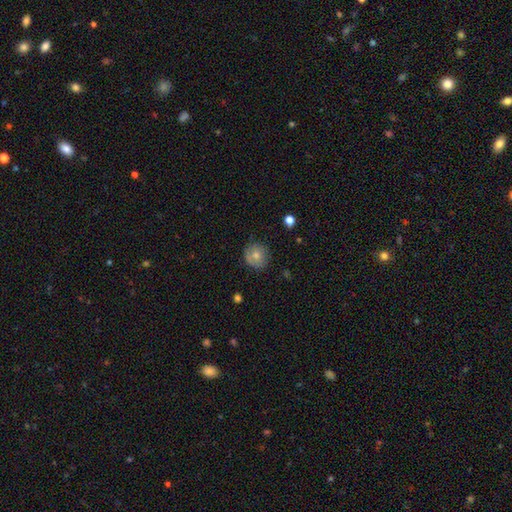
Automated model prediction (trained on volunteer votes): Q: Smooth or featured?
A: smooth (70%); runner-up: featured or disk (21%)
Q: How rounded?
A: round (87%); runner-up: in between (12%)
Q: Merging?
A: none (78%); runner-up: minor disturbance (17%)